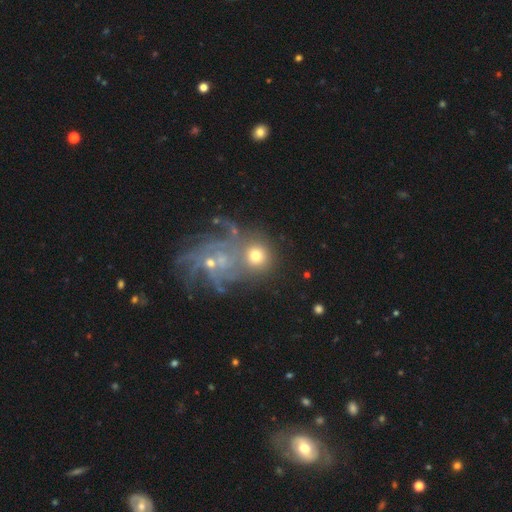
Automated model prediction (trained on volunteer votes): Overall: smooth (53%; featured or disk 34%). How rounded: round (85%). Merging: none (50%; merger 30%).